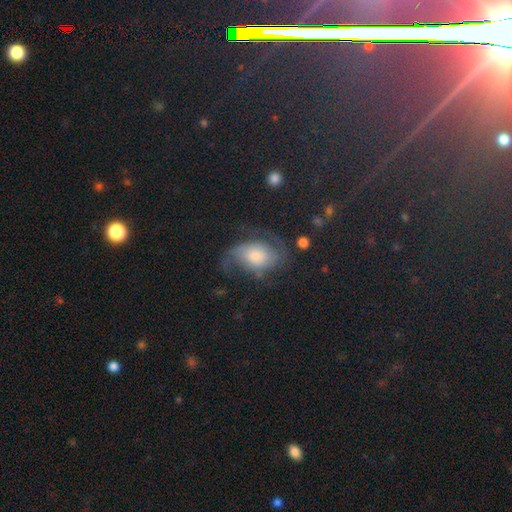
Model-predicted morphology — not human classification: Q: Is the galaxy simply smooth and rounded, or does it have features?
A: featured or disk — 63%.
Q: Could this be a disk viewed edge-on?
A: no — 96%.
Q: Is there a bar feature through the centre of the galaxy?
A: no — 71%.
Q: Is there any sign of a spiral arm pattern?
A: yes — 91%.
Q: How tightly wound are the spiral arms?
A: medium — 44%.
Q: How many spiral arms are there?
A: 2 — 69%.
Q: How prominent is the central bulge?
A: large — 34%.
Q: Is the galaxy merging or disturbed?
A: none — 55%.